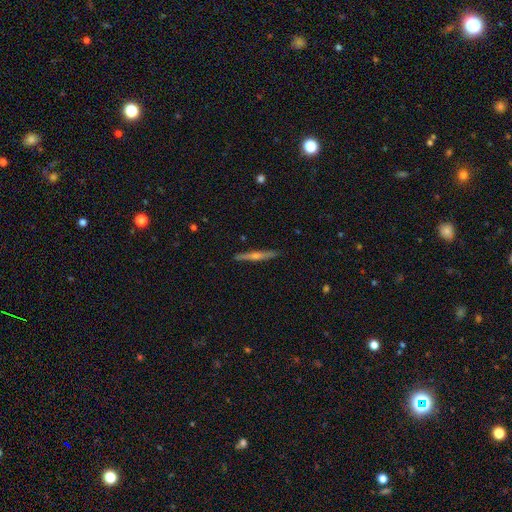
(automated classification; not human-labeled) This appears to be a featured or disk galaxy (72%) viewed edge-on (97%) with a rounded central bulge (83%). Merging: none (91%).